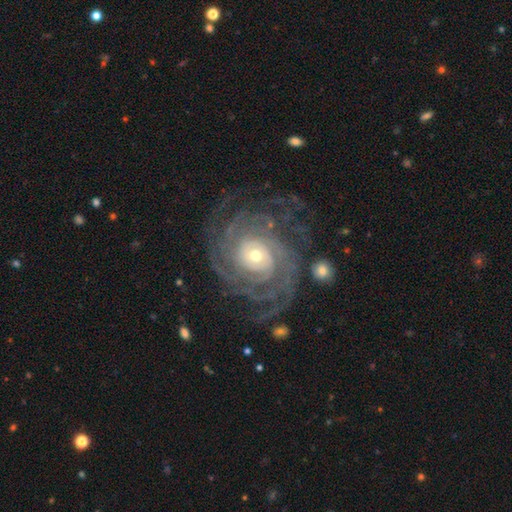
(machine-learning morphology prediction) Smooth or featured?
  - featured or disk: 92% *
  - star or artifact: 5%
  - smooth: 4%
Edge-on disk?
  - no: 98% *
  - yes: 2%
Bar?
  - no: 78% *
  - weak: 15%
  - strong: 7%
Spiral arms?
  - yes: 98% *
  - no: 2%
Spiral winding?
  - tight: 78% *
  - medium: 18%
  - loose: 4%
Spiral arm count?
  - can't tell: 21% * (tied)
  - 4: 21% * (tied)
  - more than 4: 19%
  - 3: 16%
  - 2: 14%
  - 1: 9%
Bulge size?
  - small: 48% *
  - moderate: 46%
  - large: 4%
  - dominant: 1%
  - none: 1%
Merging?
  - none: 71% *
  - minor disturbance: 15%
  - major disturbance: 12%
  - merger: 2%